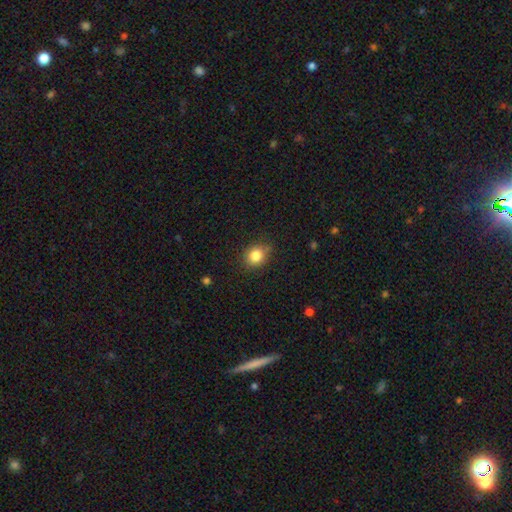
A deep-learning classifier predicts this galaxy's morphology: This appears to be a smooth galaxy with no disk features (83%) that is round (66%). Merging: none (80%).